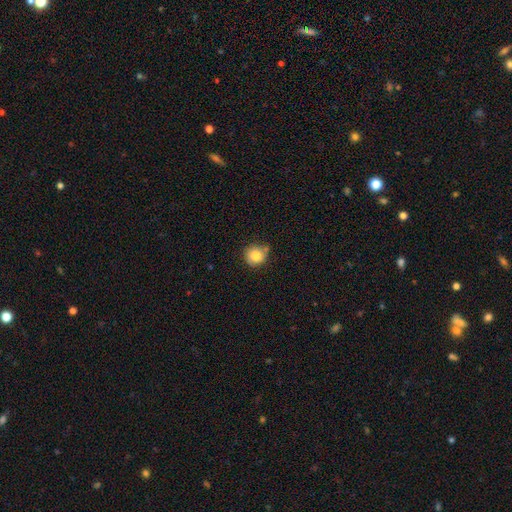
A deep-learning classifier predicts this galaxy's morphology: Smooth or featured: smooth — 83% (star or artifact — 9%)
How rounded: round — 91% (in between — 8%)
Merging: none — 73% (minor disturbance — 15%)